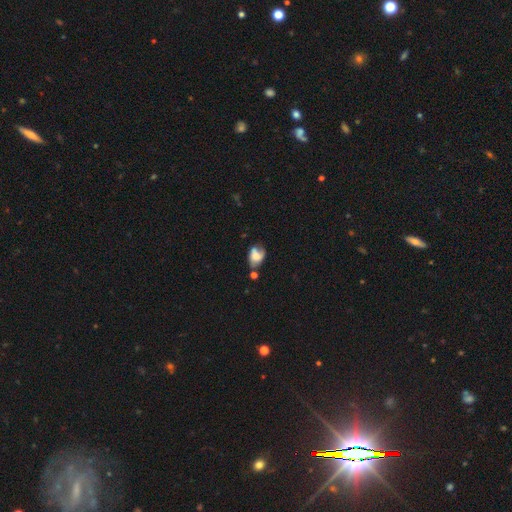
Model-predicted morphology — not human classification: The model was most divided on "merging": none: 31%, minor disturbance: 28%, major disturbance: 22%, merger: 19%. More confident: how rounded — in between (74%); smooth or featured — smooth (54%).